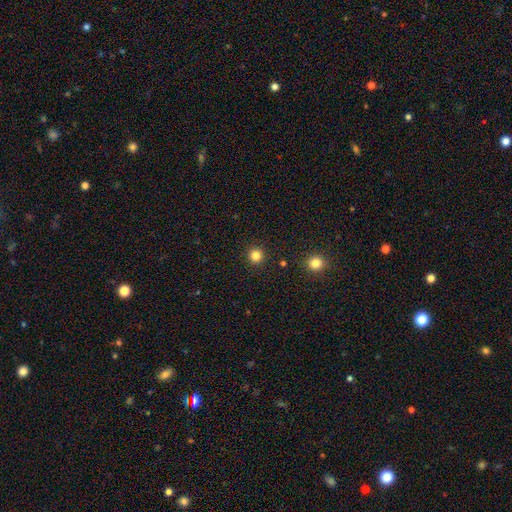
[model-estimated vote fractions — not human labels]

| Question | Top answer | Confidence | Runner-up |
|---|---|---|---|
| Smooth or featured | smooth | 82% | star or artifact (14%) |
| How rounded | round | 95% | in between (4%) |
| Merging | none | 93% | minor disturbance (4%) |